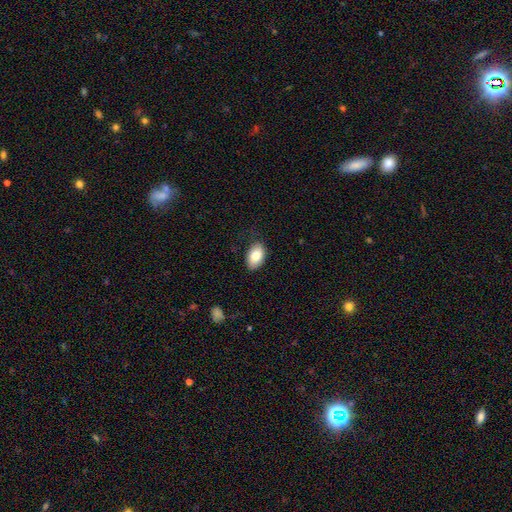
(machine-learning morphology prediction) The model was most divided on "merging": none: 80%, minor disturbance: 16%, major disturbance: 3%, merger: 1%. More confident: how rounded — in between (92%); smooth or featured — smooth (83%).